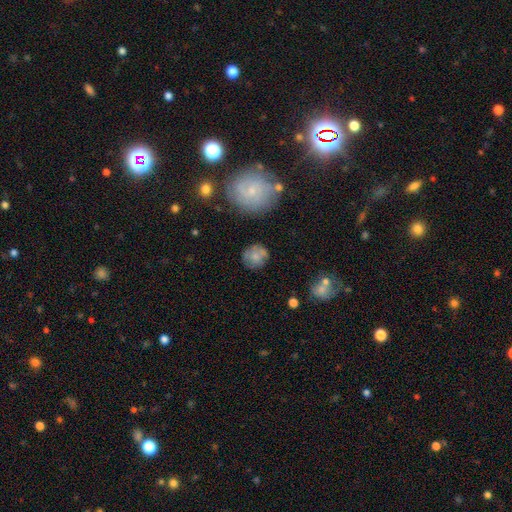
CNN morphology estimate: A smooth galaxy with no disk features (63%) that is round (83%).

Vote fractions:
- Smooth or featured? smooth: 63% / featured or disk: 29% / star or artifact: 9%
- How rounded? round: 83% / in between: 16% / cigar-shaped: 1%
- Merging? none: 67% / minor disturbance: 19% / major disturbance: 7% / merger: 7%